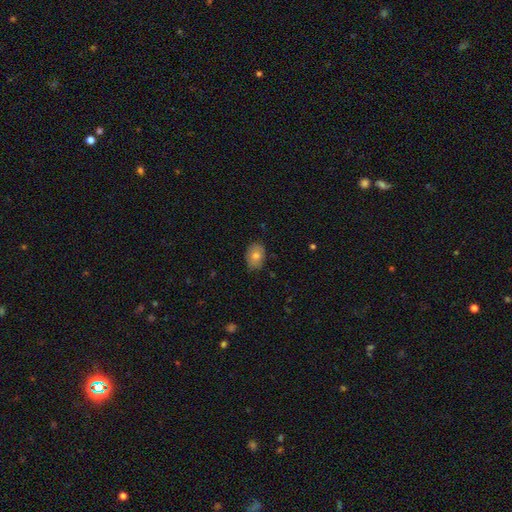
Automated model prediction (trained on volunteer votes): Overall: smooth (78%). How rounded: in between (79%). Merging: none (81%).